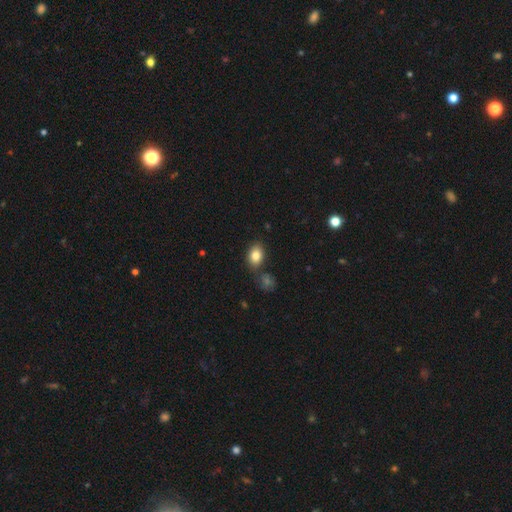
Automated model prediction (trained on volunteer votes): This is clearly a smooth galaxy (84%). How rounded: likely in between (78%). Merging: likely none (72%).